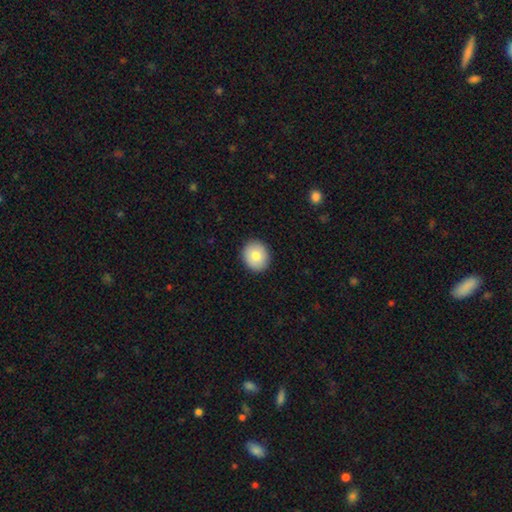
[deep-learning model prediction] The model was most divided on "how rounded": round: 71%, in between: 29%, cigar-shaped: 1%. More confident: merging — none (91%); smooth or featured — smooth (79%).